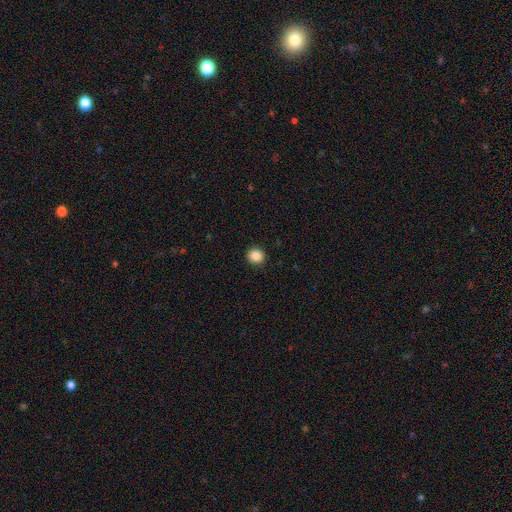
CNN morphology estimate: smooth-or-featured: smooth: 87% | star or artifact: 10% | featured or disk: 3%
  how-rounded: round: 88% | in between: 11% | cigar-shaped: 1%
  merging: none: 91% | minor disturbance: 6% | major disturbance: 2% | merger: 1%